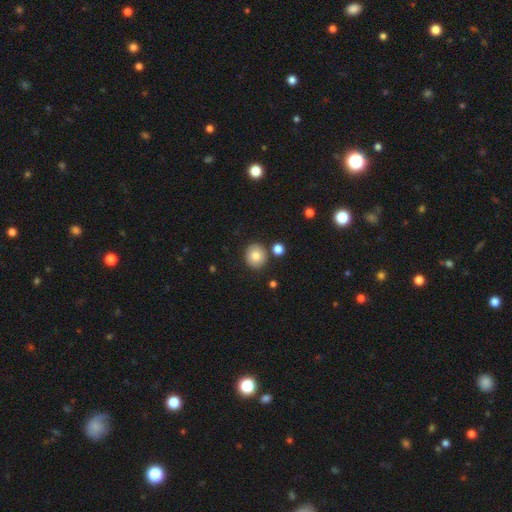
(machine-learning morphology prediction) Smooth or featured? Predicted: smooth (p=0.81). How rounded? Predicted: round (p=0.83). Merging? Predicted: none (p=0.84).